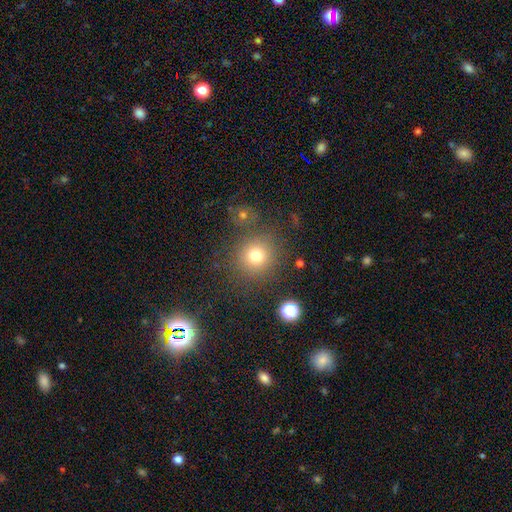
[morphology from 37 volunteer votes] smooth 89%, star or artifact 8%, featured or disk 3%. Down the decision tree: how rounded — round (91%); merging — none (85%).